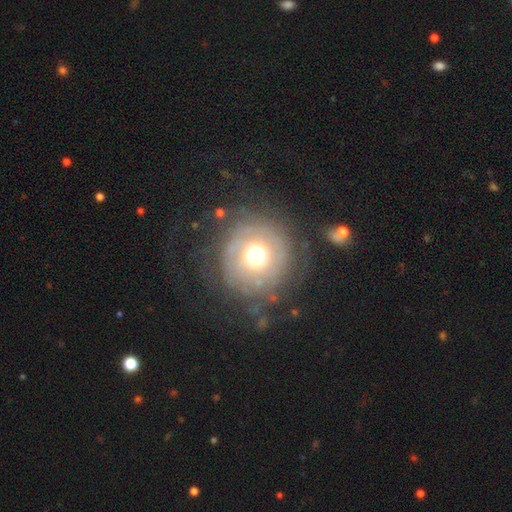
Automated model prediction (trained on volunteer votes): featured or disk 52%, smooth 38%, star or artifact 10%. Down the decision tree: edge-on disk — no (97%); bar — no (87%); spiral arms — yes (55%); bulge size — moderate (53%); merging — none (68%).